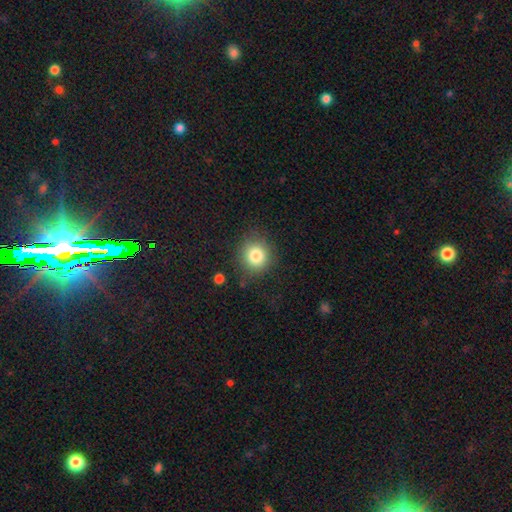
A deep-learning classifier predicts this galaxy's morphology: Smooth or featured: smooth — 82% (star or artifact — 11%)
How rounded: round — 86% (in between — 13%)
Merging: none — 83% (minor disturbance — 11%)